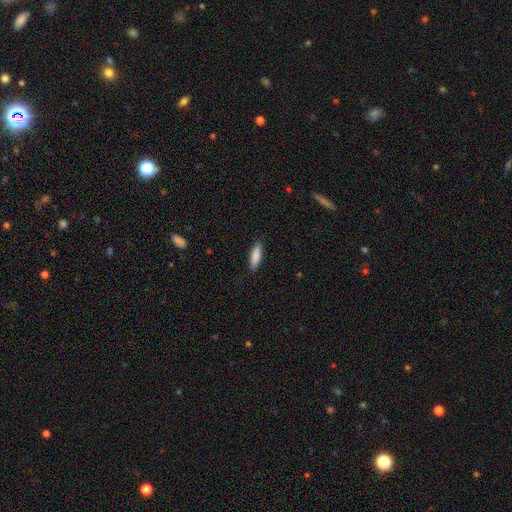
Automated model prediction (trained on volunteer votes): A smooth galaxy with no disk features (86%) that is cigar-shaped (60%). Merging: none (87%).